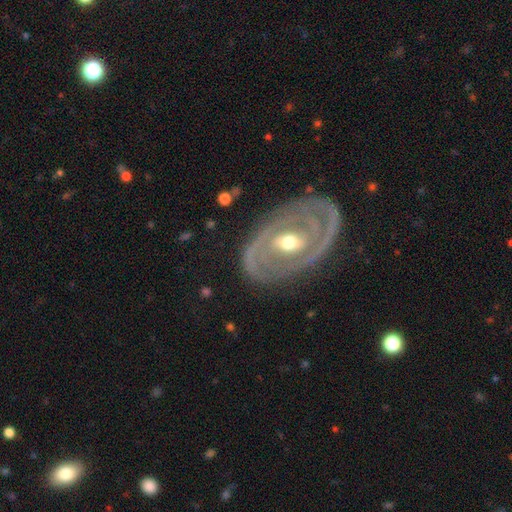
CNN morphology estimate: The model was most divided on "bar": no: 52%, weak: 31%, strong: 17%. More confident: edge-on disk — no (95%); spiral arms — yes (90%); smooth or featured — featured or disk (89%); merging — none (79%); bulge size — moderate (69%); spiral winding — tight (67%); spiral arm count — 2 (64%).